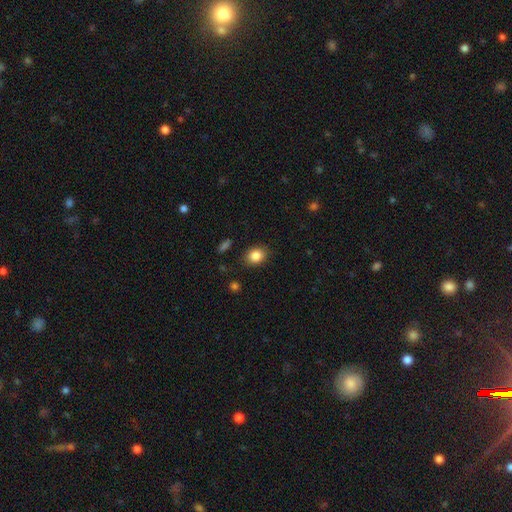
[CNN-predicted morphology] The model was most divided on "how rounded": in between: 51%, round: 48%, cigar-shaped: 1%. More confident: smooth or featured — smooth (85%); merging — none (85%).